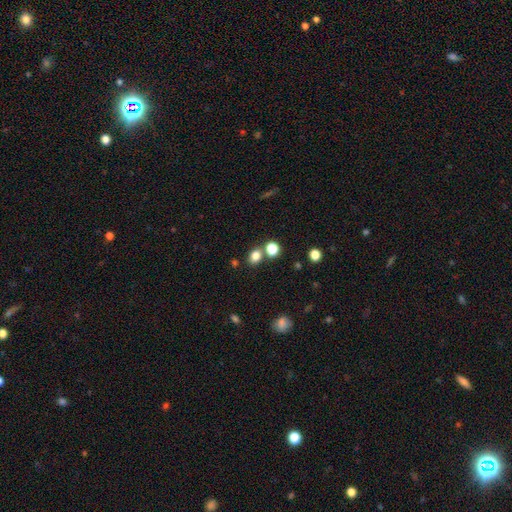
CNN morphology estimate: A smooth galaxy with no disk features (80%) that is round (54%).

Vote fractions:
- Smooth or featured? smooth: 80% / star or artifact: 14% / featured or disk: 6%
- How rounded? round: 54% / in between: 45% / cigar-shaped: 1%
- Merging? none: 67% / merger: 21% / minor disturbance: 9% / major disturbance: 3%